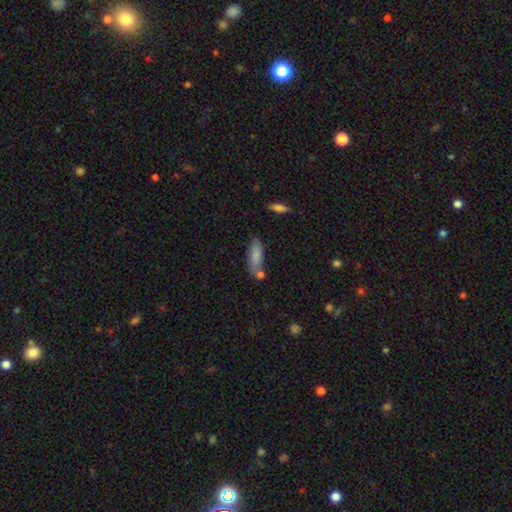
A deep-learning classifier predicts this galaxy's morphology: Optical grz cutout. It shows a smooth galaxy with no disk features (82%) that is in between round and cigar-shaped (60%). Merging: none (64%).